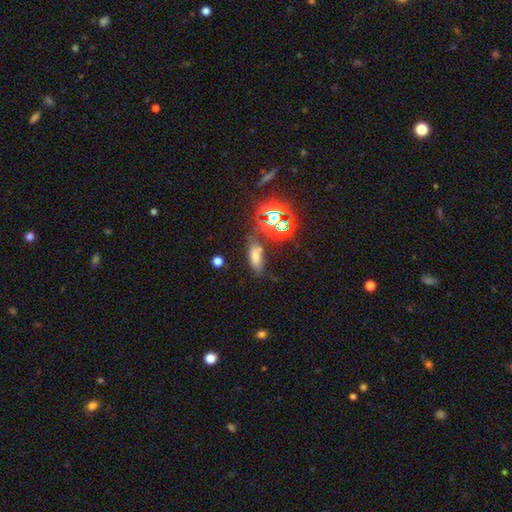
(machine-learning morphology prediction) smooth 60%, star or artifact 27%, featured or disk 14%. Down the decision tree: how rounded — in between (69%); merging — none (66%).